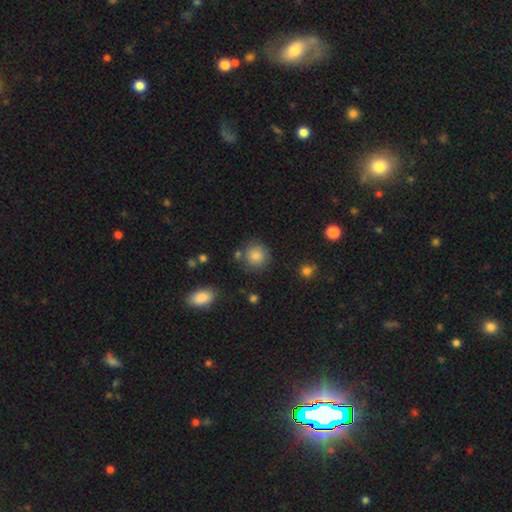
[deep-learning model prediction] The model was most divided on "merging": none: 80%, minor disturbance: 10%, merger: 6%, major disturbance: 4%. More confident: how rounded — round (92%); smooth or featured — smooth (85%).